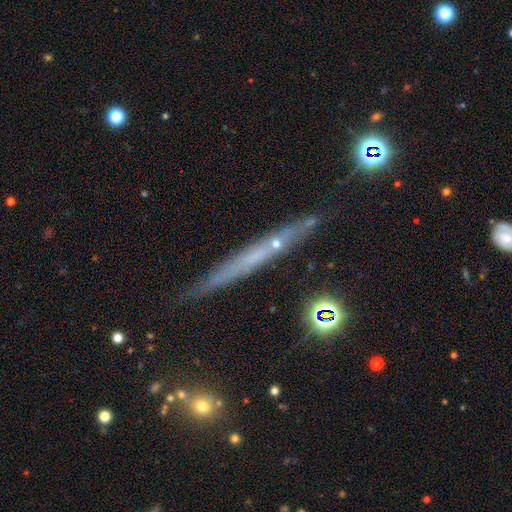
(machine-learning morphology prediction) The model was most divided on "smooth or featured": featured or disk: 56%, smooth: 30%, star or artifact: 14%. More confident: edge-on disk — yes (93%); edge-on bulge — none (83%); merging — none (82%).